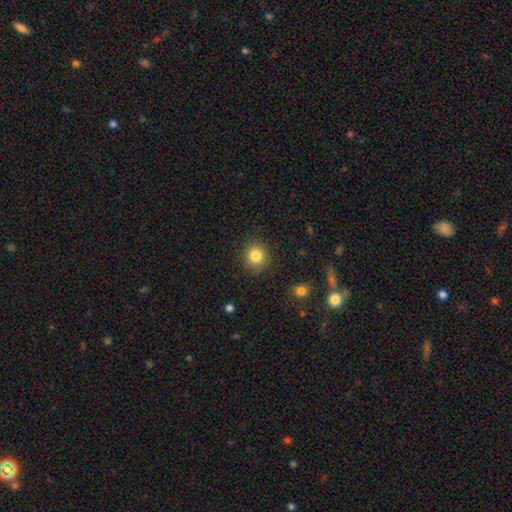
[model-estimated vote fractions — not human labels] A smooth galaxy with no disk features (83%) that is round (90%). Merging: none (89%).